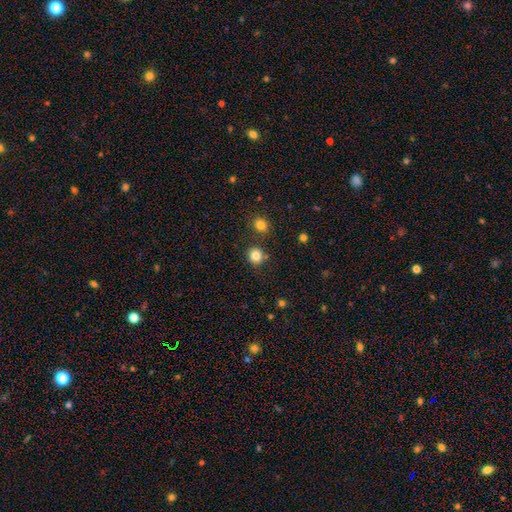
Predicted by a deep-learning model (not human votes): The model was most divided on "smooth or featured": smooth: 83%, star or artifact: 12%, featured or disk: 5%. More confident: how rounded — round (89%); merging — none (85%).